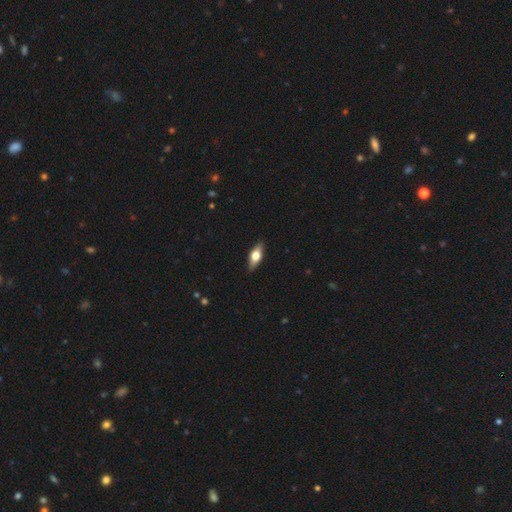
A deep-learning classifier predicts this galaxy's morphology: Smooth or featured? smooth (52%)
How rounded? in between (72%)
Merging? none (88%)